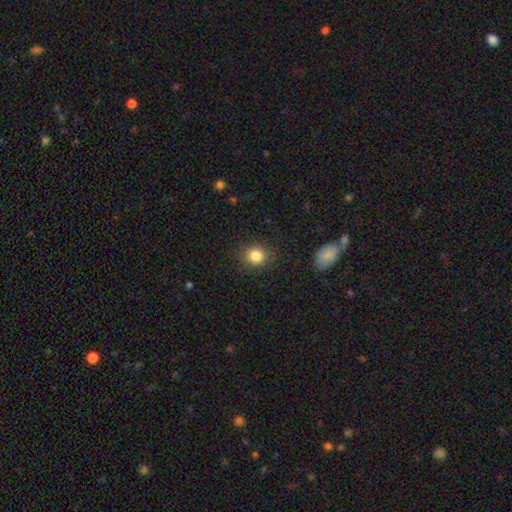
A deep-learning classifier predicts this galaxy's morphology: A smooth galaxy with no disk features (84%) that is round (79%). Merging: none (88%).